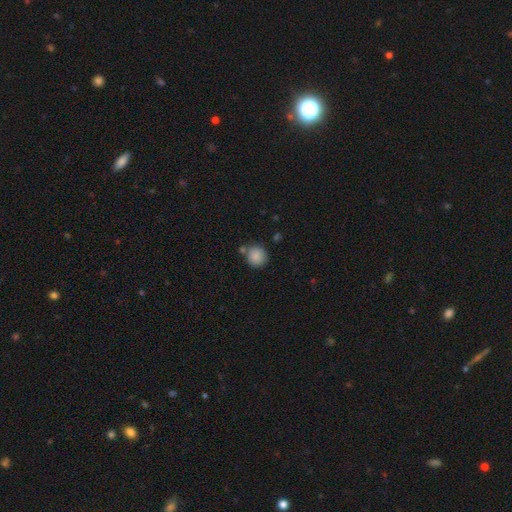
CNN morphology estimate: Q: Smooth or featured?
A: smooth (87%); runner-up: star or artifact (8%)
Q: How rounded?
A: round (90%); runner-up: in between (9%)
Q: Merging?
A: none (70%); runner-up: merger (14%)